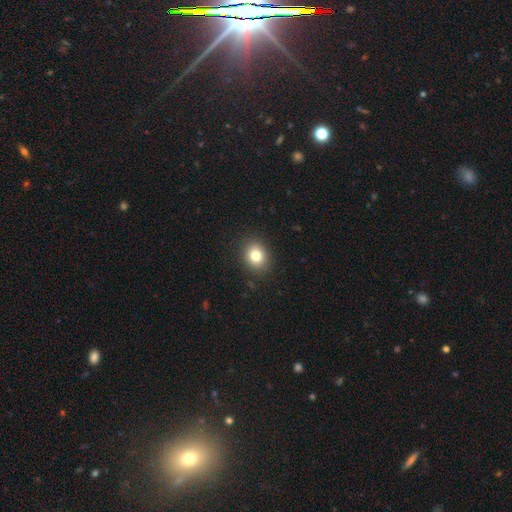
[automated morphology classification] smooth 80%, star or artifact 11%, featured or disk 9%. Down the decision tree: how rounded — round (63%); merging — none (88%).